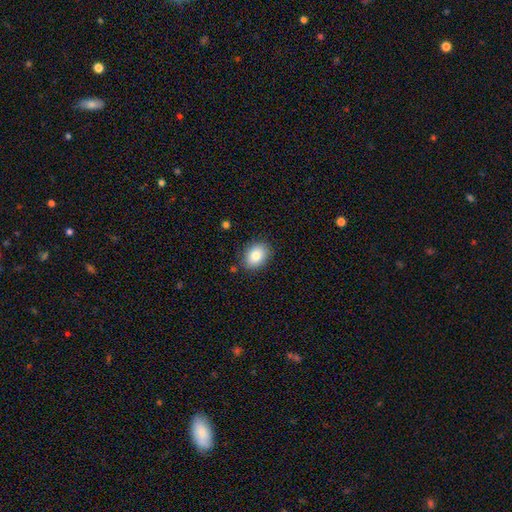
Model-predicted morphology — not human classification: smooth-or-featured: smooth: 83% | featured or disk: 9% | star or artifact: 8%
  how-rounded: in between: 73% | round: 26% | cigar-shaped: 1%
  merging: none: 85% | minor disturbance: 11% | major disturbance: 3% | merger: 2%